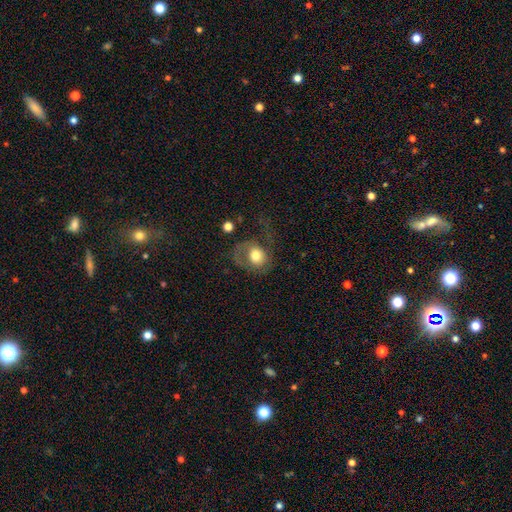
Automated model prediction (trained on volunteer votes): The model was most divided on "merging": major disturbance: 40%, none: 36%, minor disturbance: 22%, merger: 3%. More confident: how rounded — round (63%); smooth or featured — smooth (63%).